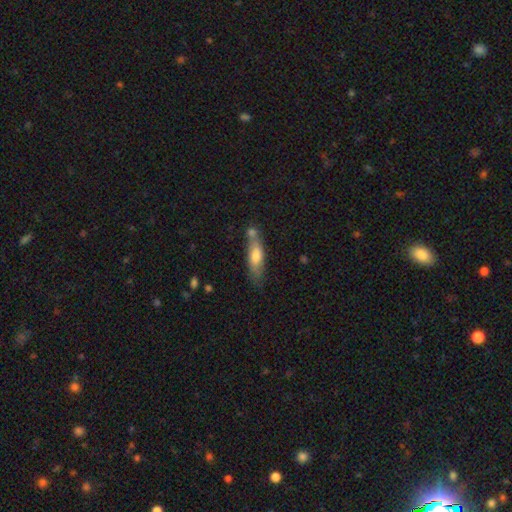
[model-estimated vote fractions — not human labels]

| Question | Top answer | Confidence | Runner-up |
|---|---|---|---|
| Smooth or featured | smooth | 67% | featured or disk (27%) |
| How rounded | cigar-shaped | 54% | in between (43%) |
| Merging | none | 56% | minor disturbance (19%) |